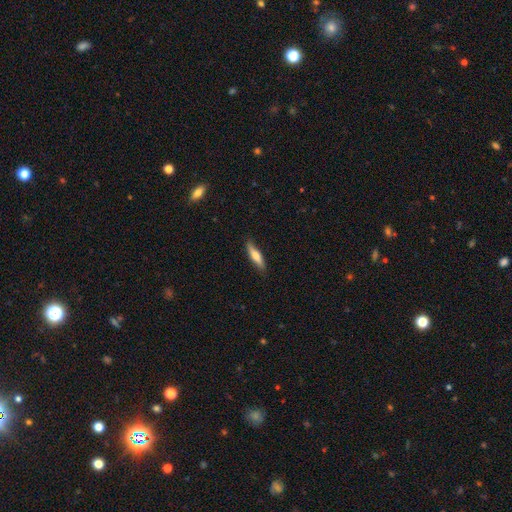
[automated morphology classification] smooth 62%, featured or disk 33%, star or artifact 5%. Down the decision tree: how rounded — cigar-shaped (77%); merging — none (84%).